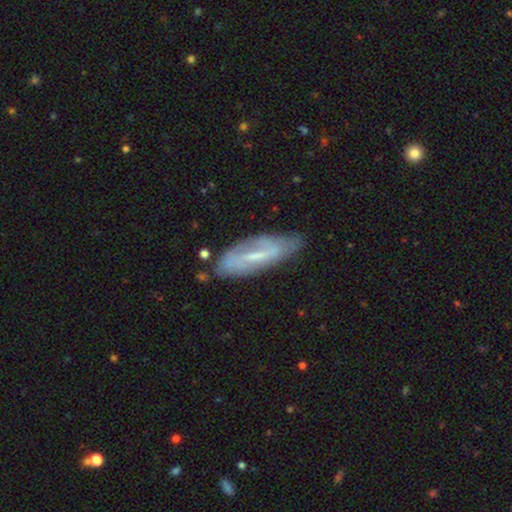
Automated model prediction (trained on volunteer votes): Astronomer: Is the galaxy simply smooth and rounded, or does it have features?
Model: featured or disk — 62%.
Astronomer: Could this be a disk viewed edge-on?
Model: no — 74%.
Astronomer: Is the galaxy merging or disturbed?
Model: none — 71%.